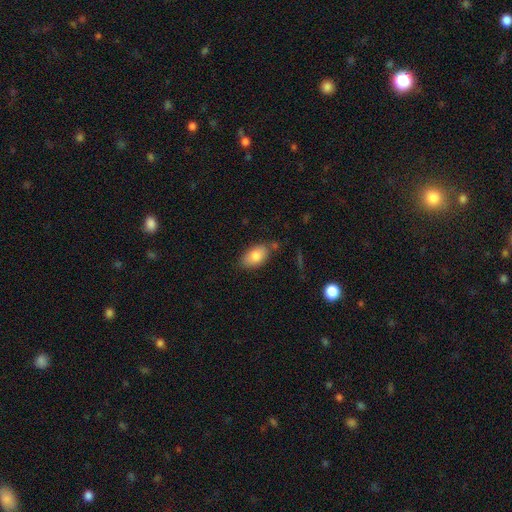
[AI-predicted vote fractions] Morphology: type=smooth (83%); roundness=in between (92%); merging=none (75%).